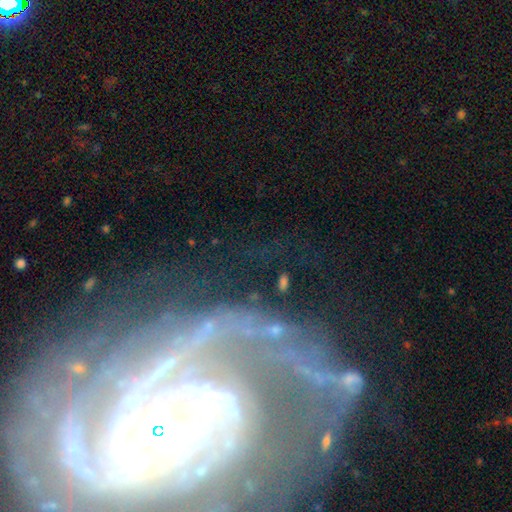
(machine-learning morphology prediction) This is likely a featured or disk galaxy (72%). It is clearly not viewed edge-on (91%). Bar: marginally strong (40%). Spiral arm pattern: clearly yes (88%). Spiral arm count: marginally 2 (37%). Spiral winding: possibly tight (49%). Central bulge: possibly small (53%). Merging: likely none (64%).